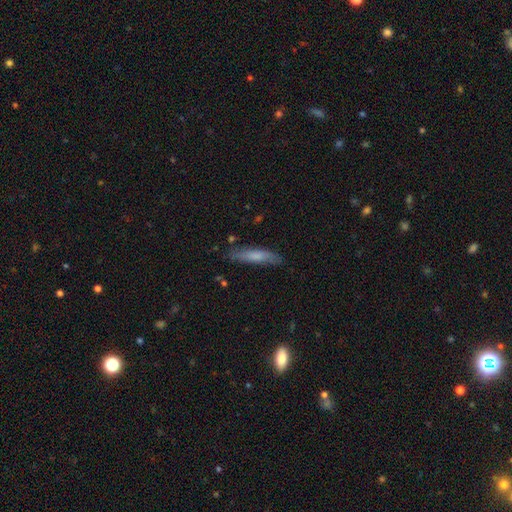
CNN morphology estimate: This is likely a smooth galaxy (68%). How rounded: clearly cigar-shaped (80%). Merging: likely none (78%).